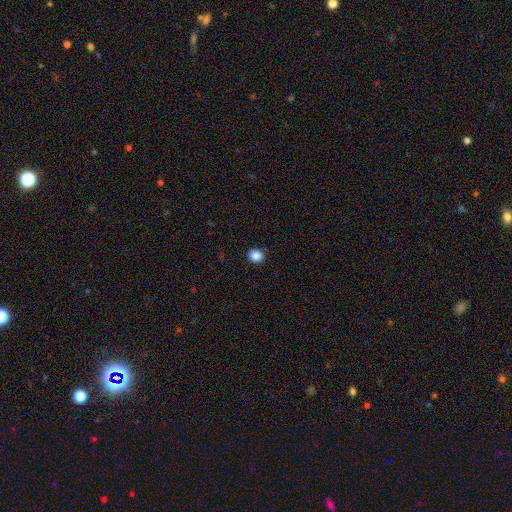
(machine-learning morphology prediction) This appears to be a smooth galaxy with no disk features (86%) that is round (78%). Merging: none (91%).